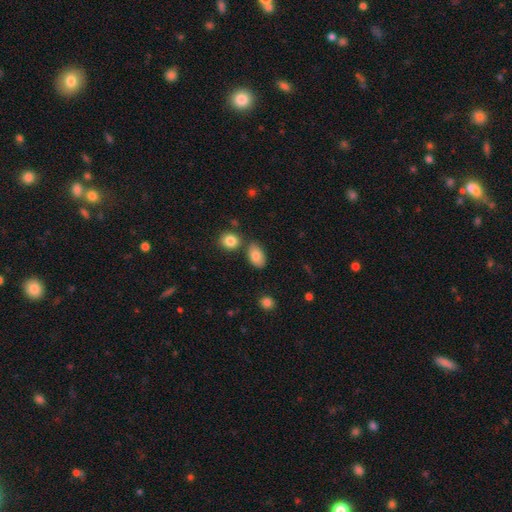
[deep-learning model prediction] smooth 82%, featured or disk 10%, star or artifact 8%. Down the decision tree: how rounded — in between (91%); merging — none (72%).